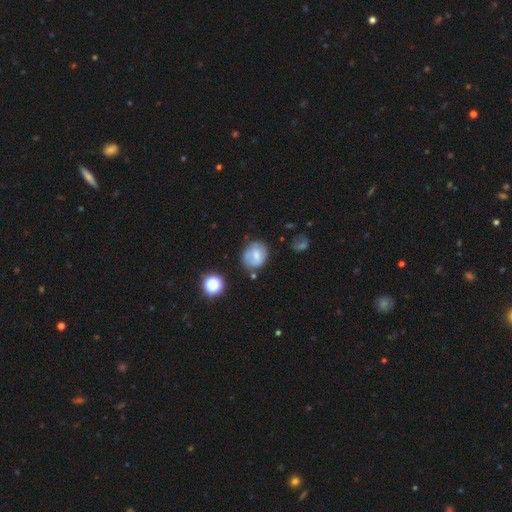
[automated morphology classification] smooth_or_featured: smooth (p=0.59) [alt: featured or disk p=0.30]
how_rounded: round (p=0.61) [alt: in between p=0.38]
merging: none (p=0.61) [alt: minor disturbance p=0.24]